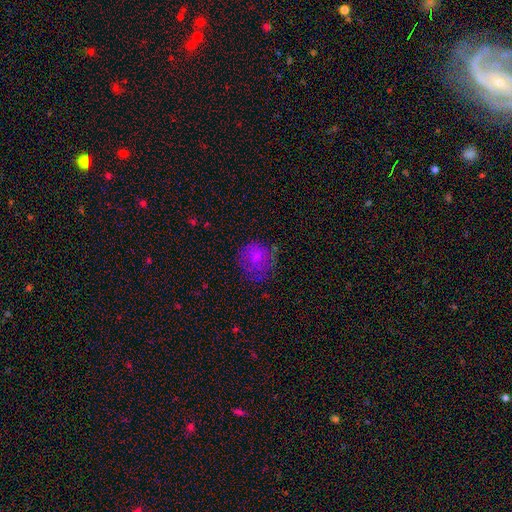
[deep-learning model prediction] The model was most divided on "merging": none: 66%, minor disturbance: 21%, major disturbance: 11%, merger: 1%. More confident: how rounded — round (82%); smooth or featured — smooth (68%).